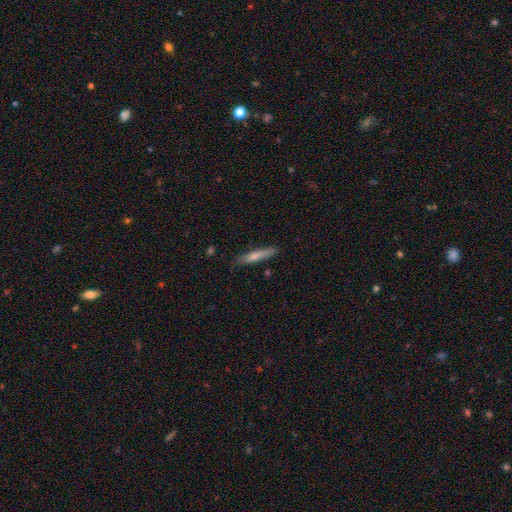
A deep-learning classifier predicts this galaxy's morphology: type=smooth (69%); roundness=cigar-shaped (89%); merging=none (80%).